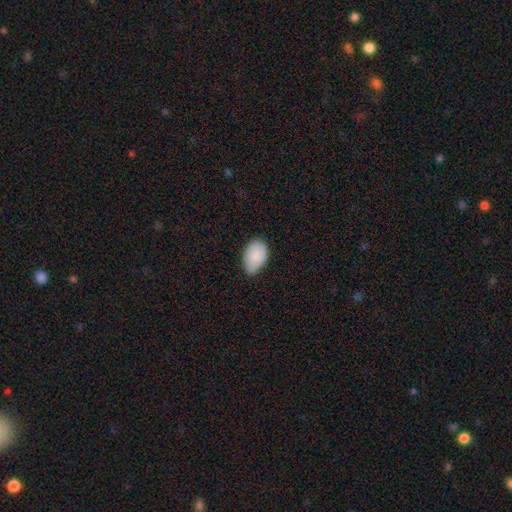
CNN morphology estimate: smooth-or-featured: smooth: 89% | star or artifact: 6% | featured or disk: 5%
  how-rounded: in between: 91% | round: 8% | cigar-shaped: 1%
  merging: none: 64% | minor disturbance: 30% | major disturbance: 4% | merger: 1%